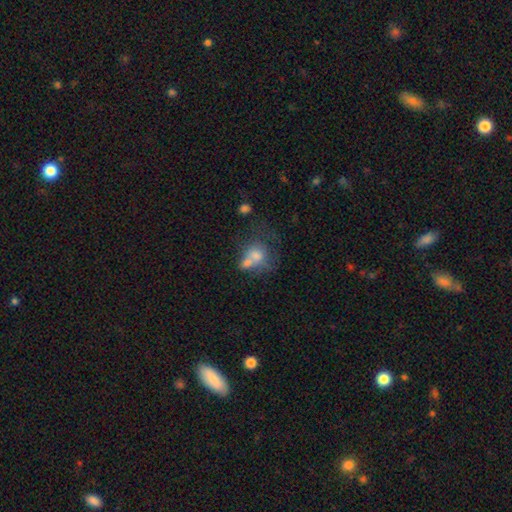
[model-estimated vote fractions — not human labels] The model was most divided on "how rounded": round: 57%, in between: 42%, cigar-shaped: 1%. Remaining: smooth or featured — smooth (65%); merging — merger (49%).